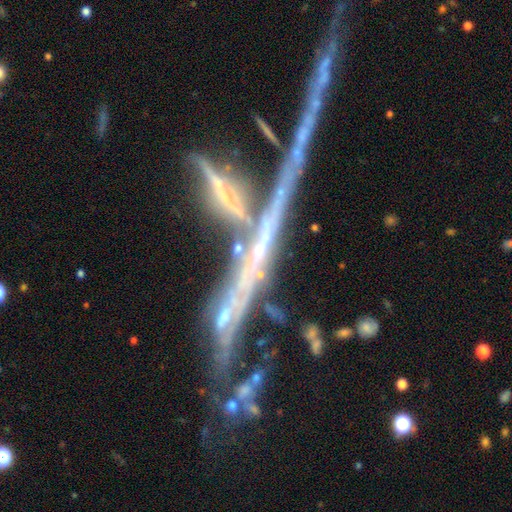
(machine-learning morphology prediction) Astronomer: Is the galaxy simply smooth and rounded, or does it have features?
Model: featured or disk — 67%.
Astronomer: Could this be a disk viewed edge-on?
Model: yes — 74%.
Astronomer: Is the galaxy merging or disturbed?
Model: merger — 39% (runner-up: none, 31%).